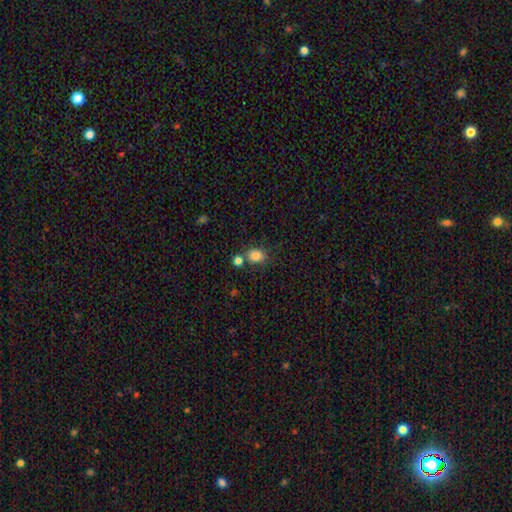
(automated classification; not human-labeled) Smooth or featured? smooth (83%)
How rounded? round (54%)
Merging? none (67%)